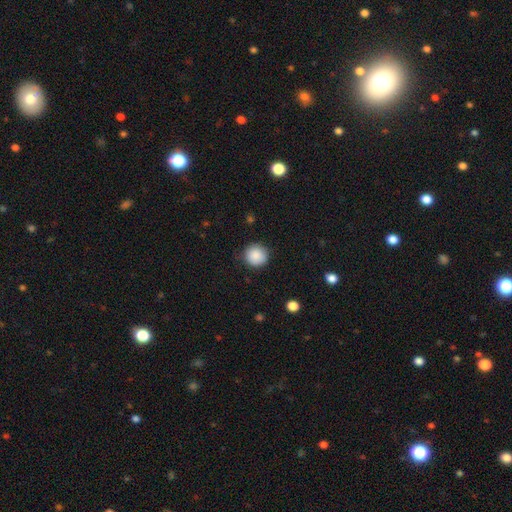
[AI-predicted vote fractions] The model was most divided on "merging": none: 87%, minor disturbance: 10%, major disturbance: 2%, merger: 1%. More confident: how rounded — round (94%); smooth or featured — smooth (88%).